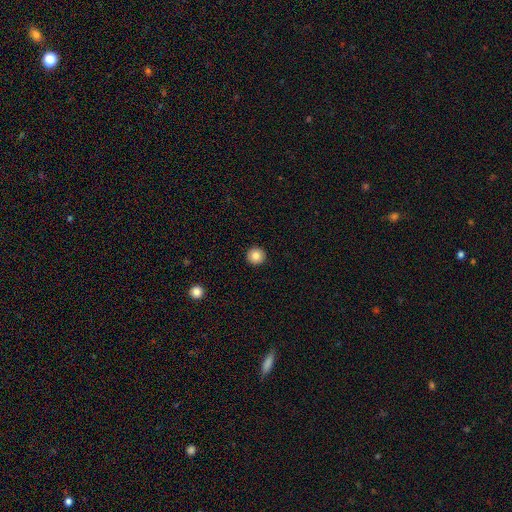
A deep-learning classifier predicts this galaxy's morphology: This is clearly a smooth galaxy (84%). How rounded: clearly round (96%). Merging: clearly none (93%).